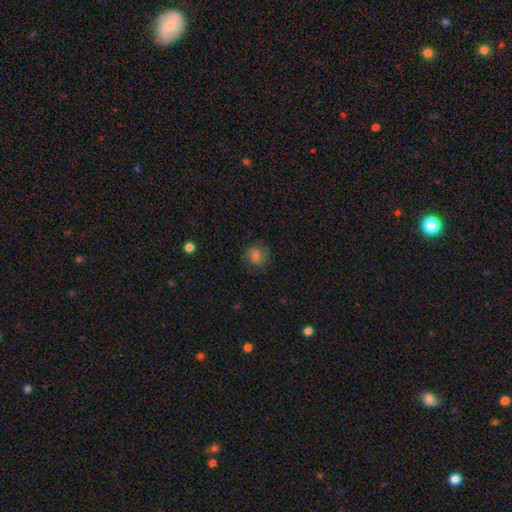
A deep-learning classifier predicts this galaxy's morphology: This appears to be a smooth galaxy with no disk features (55%) that is round (78%). Merging: none (75%).